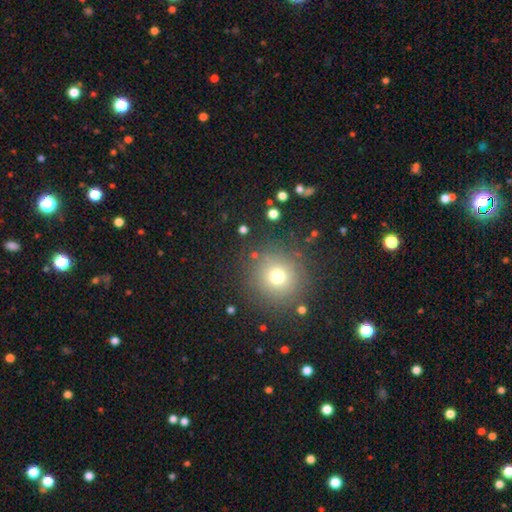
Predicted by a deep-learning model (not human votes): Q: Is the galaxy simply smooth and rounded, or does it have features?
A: smooth — 67%.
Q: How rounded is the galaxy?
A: round — 94%.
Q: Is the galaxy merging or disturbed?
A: none — 87%.